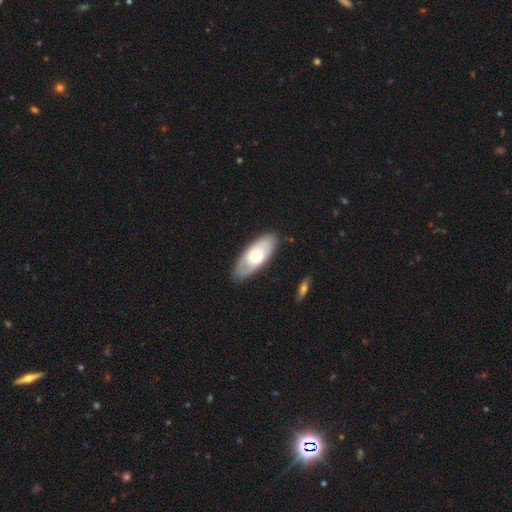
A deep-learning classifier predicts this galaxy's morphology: This is possibly a smooth galaxy (53%). How rounded: clearly in between (85%). Merging: clearly none (83%).